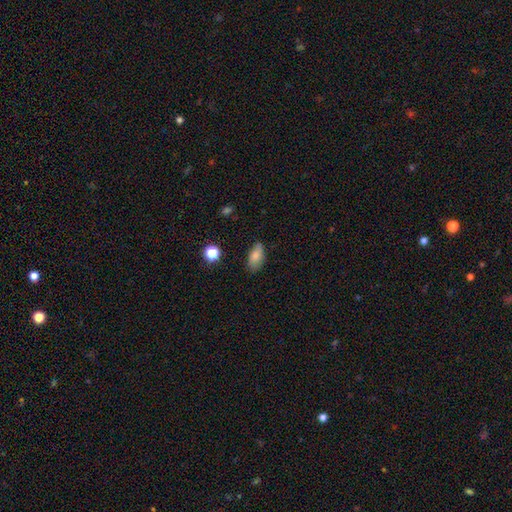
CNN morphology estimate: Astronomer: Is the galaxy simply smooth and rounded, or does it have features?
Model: smooth — 82%.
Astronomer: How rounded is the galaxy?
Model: in between — 90%.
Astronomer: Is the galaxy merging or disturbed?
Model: none — 76%.